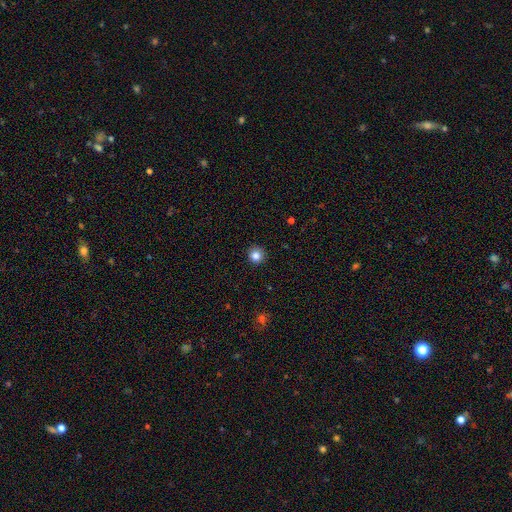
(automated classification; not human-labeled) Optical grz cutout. It shows a smooth galaxy with no disk features (84%) that is round (94%). Merging: none (92%).